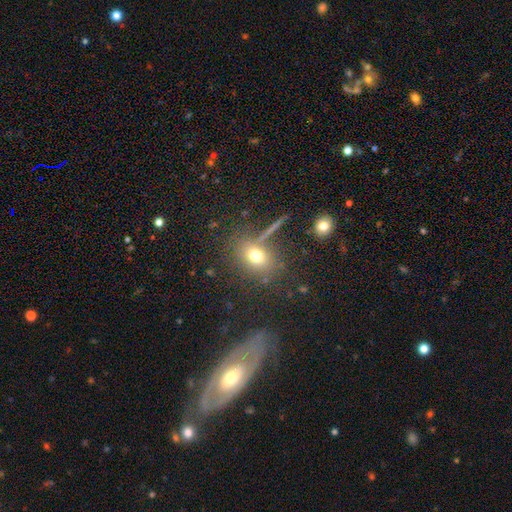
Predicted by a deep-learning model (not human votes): This appears to be a smooth galaxy with no disk features (71%) that is round (52%). Merging: none (73%).